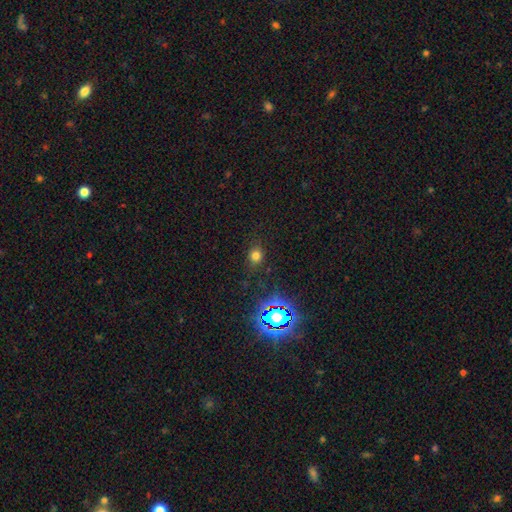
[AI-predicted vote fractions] smooth_or_featured: smooth (p=0.70) [alt: star or artifact p=0.23]
how_rounded: round (p=0.76) [alt: in between p=0.23]
merging: none (p=0.83) [alt: minor disturbance p=0.11]